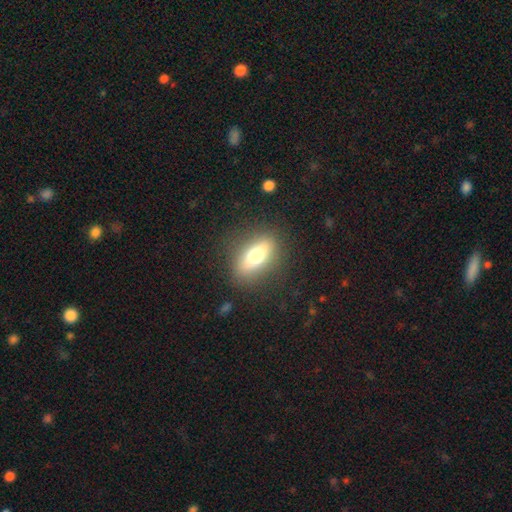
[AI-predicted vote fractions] A smooth galaxy with no disk features (65%) that is in between round and cigar-shaped (72%).

Vote fractions:
- Smooth or featured? smooth: 65% / featured or disk: 26% / star or artifact: 9%
- How rounded? in between: 72% / cigar-shaped: 19% / round: 9%
- Merging? none: 84% / minor disturbance: 10% / major disturbance: 4% / merger: 1%